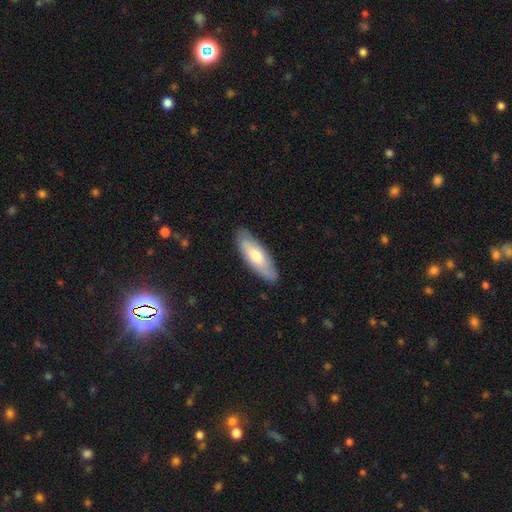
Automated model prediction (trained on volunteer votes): Smooth or featured?
  - smooth: 62% *
  - featured or disk: 32%
  - star or artifact: 5%
How rounded?
  - in between: 60% *
  - cigar-shaped: 38%
  - round: 2%
Merging?
  - none: 85% *
  - minor disturbance: 12%
  - major disturbance: 2%
  - merger: 1%